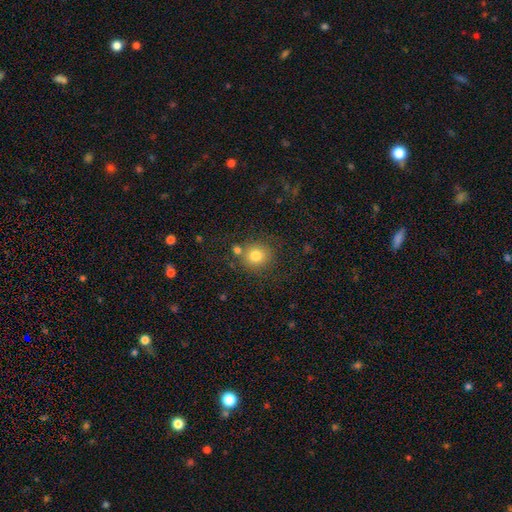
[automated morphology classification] smooth 79%, star or artifact 12%, featured or disk 9%. Down the decision tree: how rounded — round (88%); merging — none (71%).